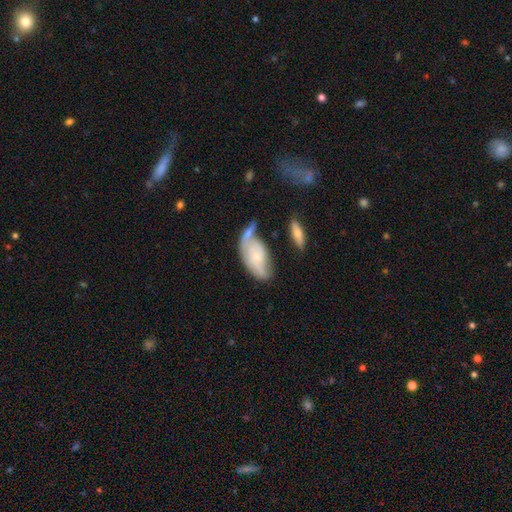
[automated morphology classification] This is possibly a featured or disk galaxy (49%). Merging: marginally none (32%).